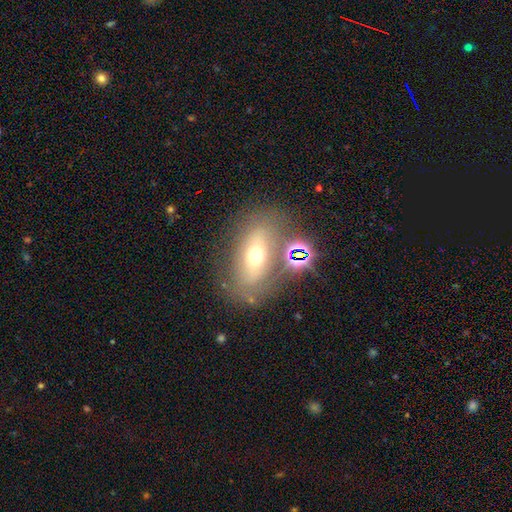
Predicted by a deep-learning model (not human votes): A smooth galaxy with no disk features (46%).

Vote fractions:
- Smooth or featured? smooth: 46% / featured or disk: 36% / star or artifact: 18%
- Merging? none: 66% / minor disturbance: 16% / major disturbance: 9% / merger: 9%